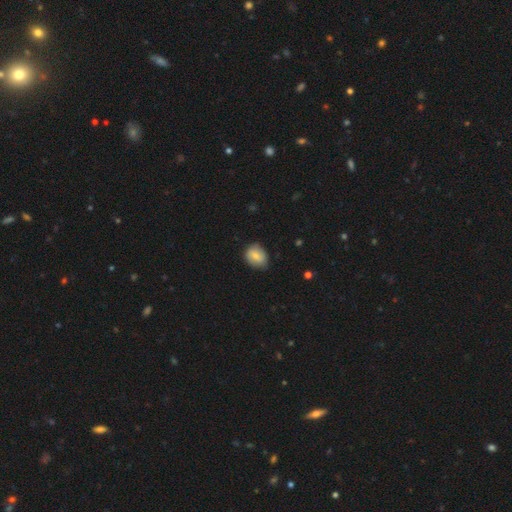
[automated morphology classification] Overall: smooth (73%). How rounded: in between (53%; round 45%). Merging: none (72%).